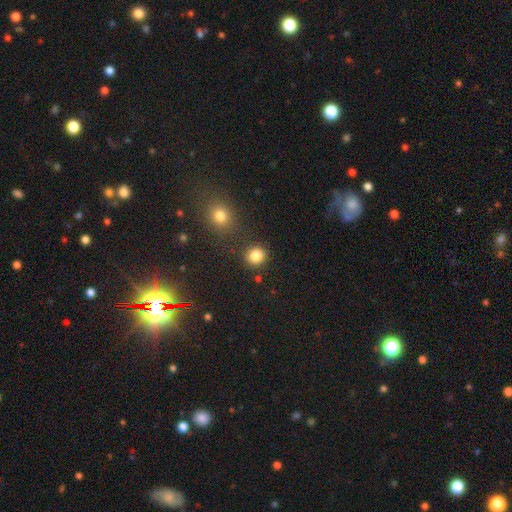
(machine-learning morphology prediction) smooth_or_featured: smooth (p=0.84) [alt: star or artifact p=0.11]
how_rounded: round (p=0.86) [alt: in between p=0.13]
merging: none (p=0.85) [alt: minor disturbance p=0.07]